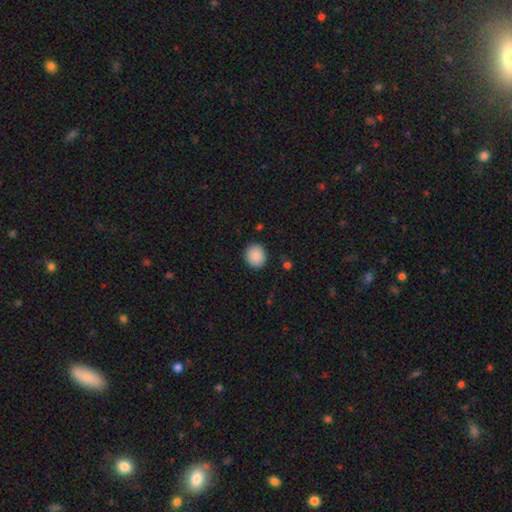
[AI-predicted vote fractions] smooth_or_featured: smooth (p=0.89) [alt: star or artifact p=0.08]
how_rounded: round (p=0.85) [alt: in between p=0.14]
merging: none (p=0.90) [alt: minor disturbance p=0.07]